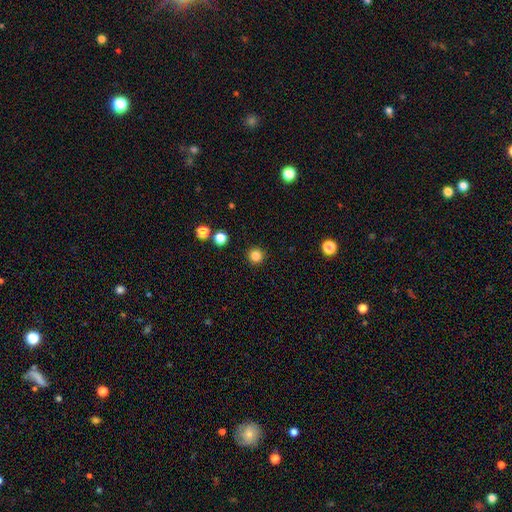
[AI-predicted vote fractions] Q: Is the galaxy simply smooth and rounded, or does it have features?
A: smooth — 84%.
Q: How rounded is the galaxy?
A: round — 96%.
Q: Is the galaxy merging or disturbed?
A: none — 92%.